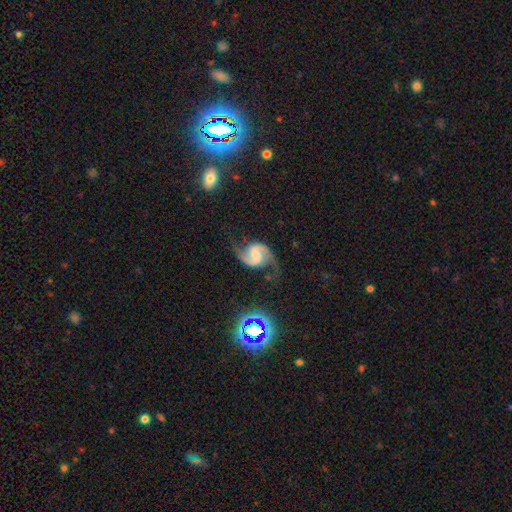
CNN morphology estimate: Smooth or featured? Predicted: featured or disk (p=0.90). Edge-on disk? Predicted: no (p=0.98). Bar? Predicted: weak (p=0.48). Spiral arms? Predicted: yes (p=0.98). Spiral winding? Predicted: medium (p=0.52). Spiral arm count? Predicted: 2 (p=0.94). Bulge size? Predicted: small (p=0.32). Merging? Predicted: none (p=0.75).